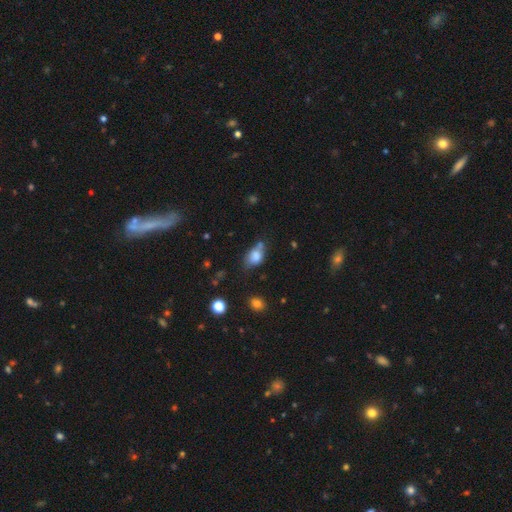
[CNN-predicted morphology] The model was most divided on "merging": none: 44%, minor disturbance: 29%, merger: 17%, major disturbance: 10%. More confident: how rounded — in between (81%); smooth or featured — smooth (78%).